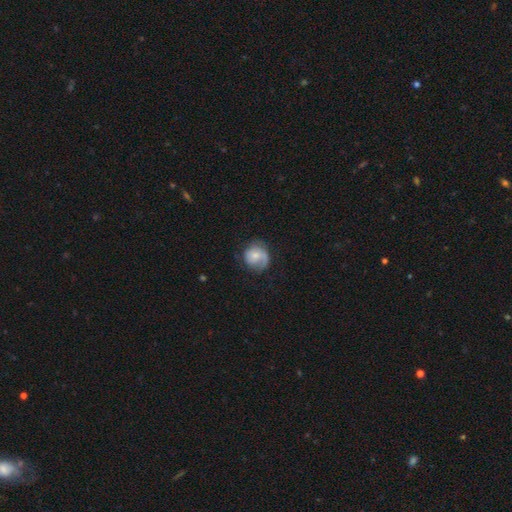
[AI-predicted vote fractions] A featured or disk galaxy (55%) with no bar (74%), spiral arms (84%) and a small central bulge (50%). Merging: none (61%).